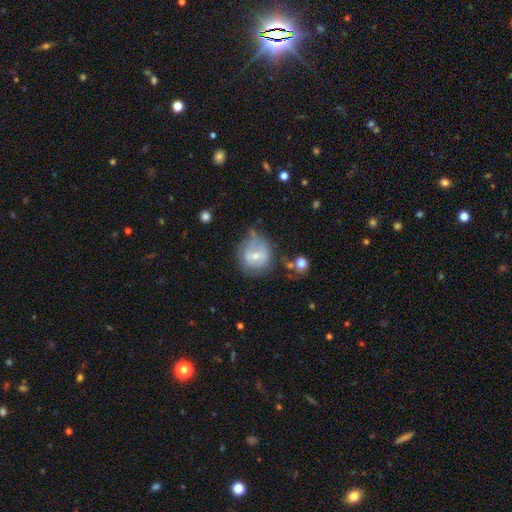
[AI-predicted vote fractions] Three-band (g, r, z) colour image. It shows a smooth galaxy with no disk features (47%). Merging: none (46%).